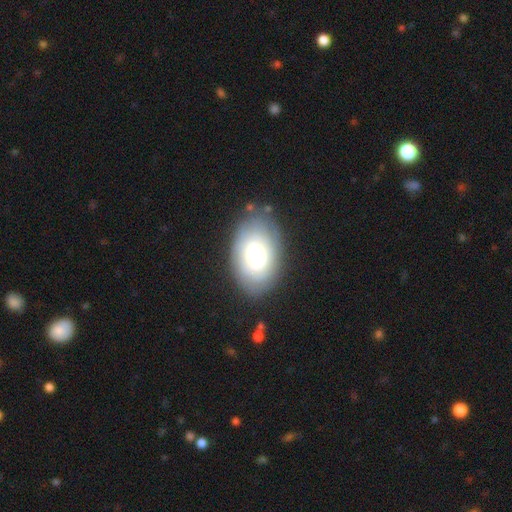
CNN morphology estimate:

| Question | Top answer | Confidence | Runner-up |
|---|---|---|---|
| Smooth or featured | smooth | 63% | featured or disk (29%) |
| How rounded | in between | 89% | round (10%) |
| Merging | none | 75% | minor disturbance (16%) |